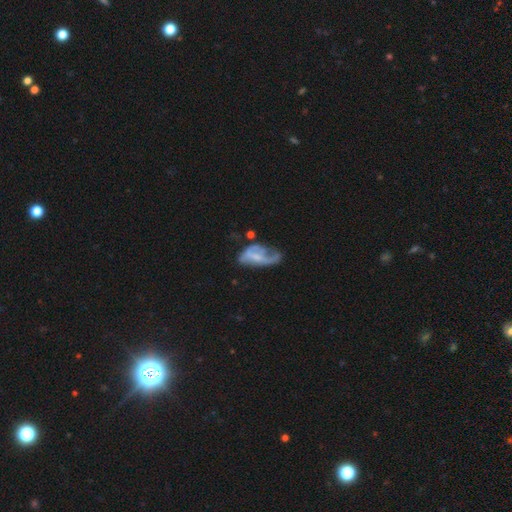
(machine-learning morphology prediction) This appears to be a featured or disk galaxy (63%) with no bar (48%), spiral arms (64%) and no central bulge (35%, tied with small). Merging: major disturbance (41%).